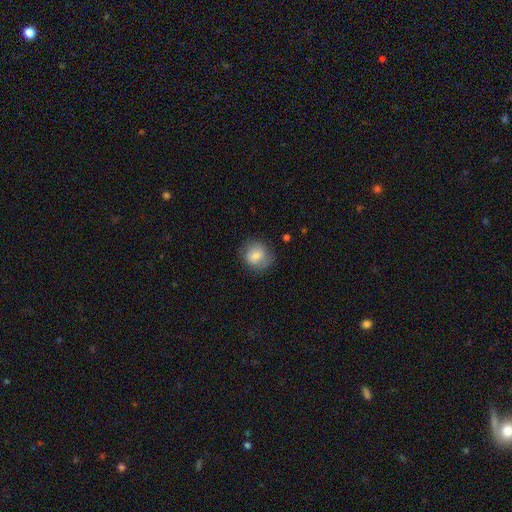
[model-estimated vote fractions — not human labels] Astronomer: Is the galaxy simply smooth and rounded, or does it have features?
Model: smooth — 78%.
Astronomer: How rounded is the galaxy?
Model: round — 76%.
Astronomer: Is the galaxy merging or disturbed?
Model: none — 73%.